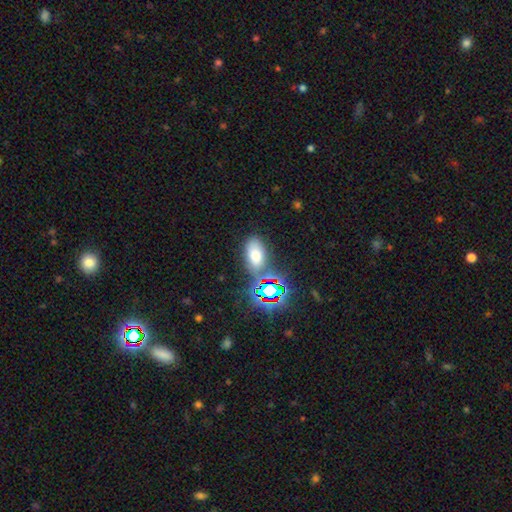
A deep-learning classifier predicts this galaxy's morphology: This is likely a smooth galaxy (64%). How rounded: clearly in between (87%). Merging: likely none (71%).